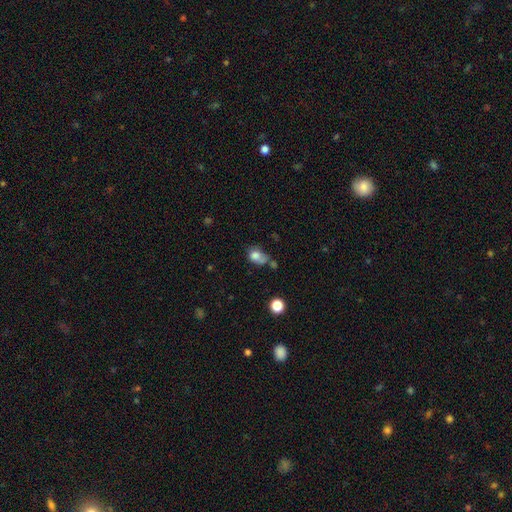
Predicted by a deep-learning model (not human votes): Smooth or featured? smooth (75%)
How rounded? in between (63%)
Merging? none (30%)